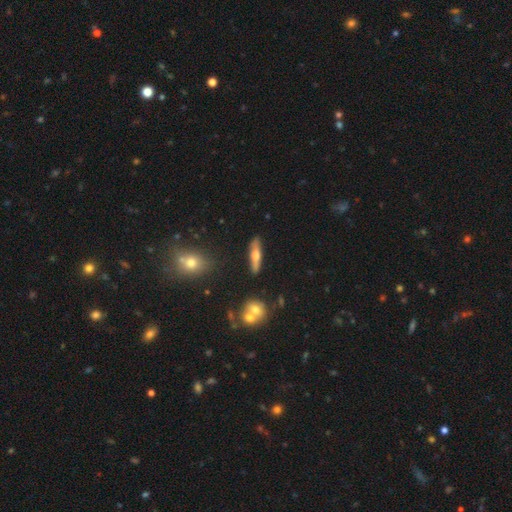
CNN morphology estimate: Smooth or featured? featured or disk (50%)
Merging? none (86%)